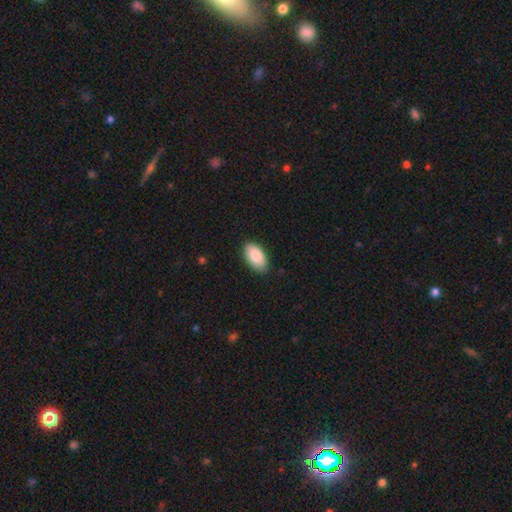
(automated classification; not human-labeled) A smooth galaxy with no disk features (88%) that is in between round and cigar-shaped (96%).

Vote fractions:
- Smooth or featured? smooth: 88% / featured or disk: 6% / star or artifact: 6%
- How rounded? in between: 96% / round: 3% / cigar-shaped: 2%
- Merging? none: 86% / minor disturbance: 11% / major disturbance: 2% / merger: 1%